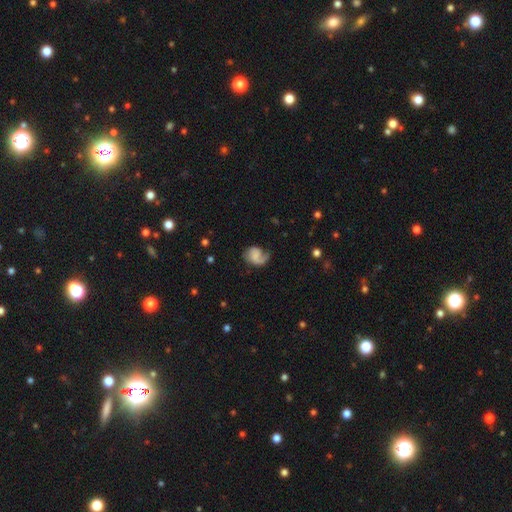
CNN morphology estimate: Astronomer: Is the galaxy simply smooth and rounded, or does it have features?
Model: featured or disk — 60%.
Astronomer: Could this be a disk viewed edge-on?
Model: no — 98%.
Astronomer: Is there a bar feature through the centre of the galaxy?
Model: no — 62%.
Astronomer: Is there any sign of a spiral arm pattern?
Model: yes — 90%.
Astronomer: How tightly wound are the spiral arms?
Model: loose — 42% (runner-up: medium, 36%).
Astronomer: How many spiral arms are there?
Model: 1 — 62%.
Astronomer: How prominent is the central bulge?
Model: none — 50%.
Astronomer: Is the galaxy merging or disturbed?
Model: none — 47% (runner-up: major disturbance, 26%).